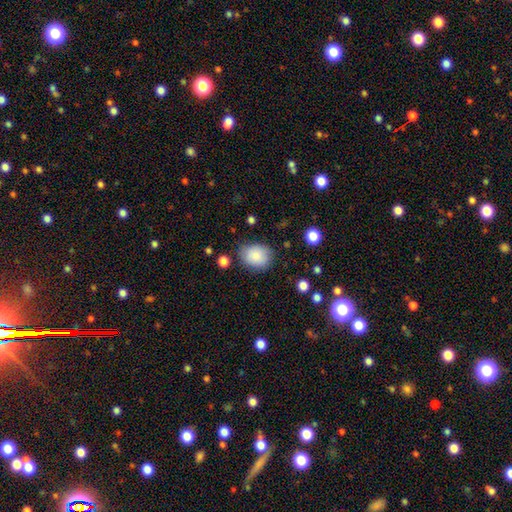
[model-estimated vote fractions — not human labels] A smooth galaxy with no disk features (86%) that is in between round and cigar-shaped (50%).

Vote fractions:
- Smooth or featured? smooth: 86% / star or artifact: 8% / featured or disk: 6%
- How rounded? in between: 50% / round: 49% / cigar-shaped: 1%
- Merging? none: 76% / minor disturbance: 17% / major disturbance: 4% / merger: 2%